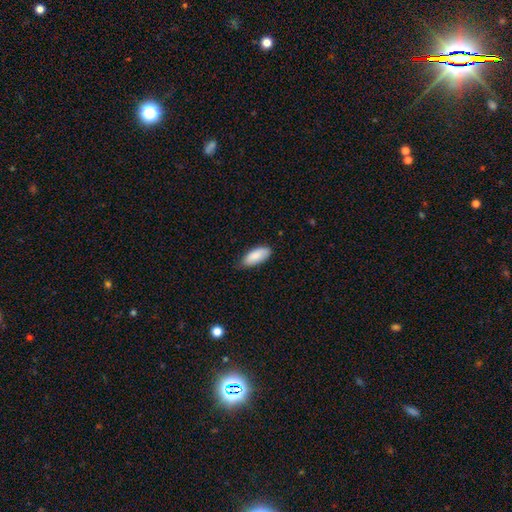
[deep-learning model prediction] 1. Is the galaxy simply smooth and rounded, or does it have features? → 87% smooth, 8% featured or disk, 6% star or artifact.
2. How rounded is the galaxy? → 87% in between, 11% cigar-shaped, 2% round.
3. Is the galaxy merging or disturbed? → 71% none, 25% minor disturbance, 3% major disturbance, 1% merger.